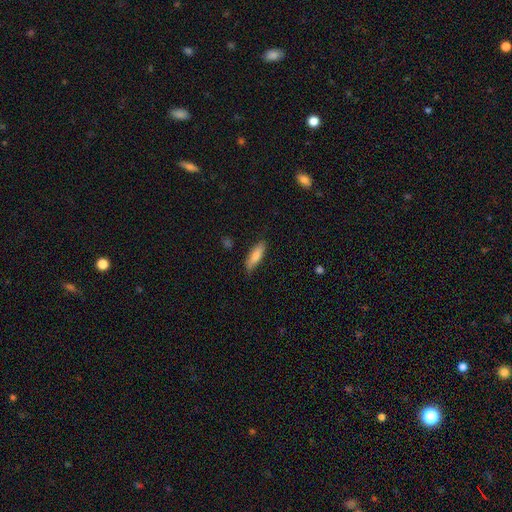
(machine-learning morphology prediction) Q: Smooth or featured?
A: smooth (82%); runner-up: featured or disk (12%)
Q: How rounded?
A: cigar-shaped (52%); runner-up: in between (47%)
Q: Merging?
A: none (79%); runner-up: minor disturbance (16%)